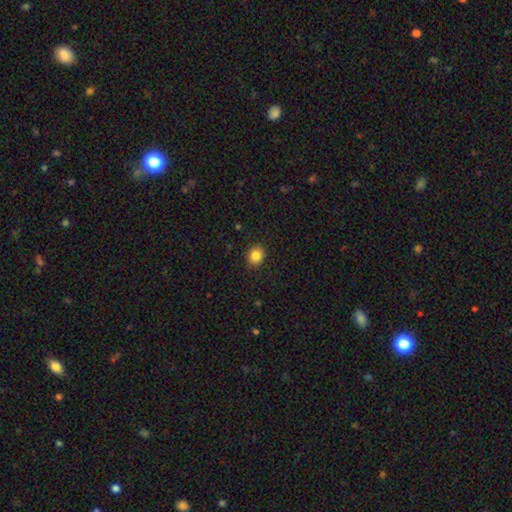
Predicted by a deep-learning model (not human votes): Smooth or featured? smooth (85%)
How rounded? round (66%)
Merging? none (90%)